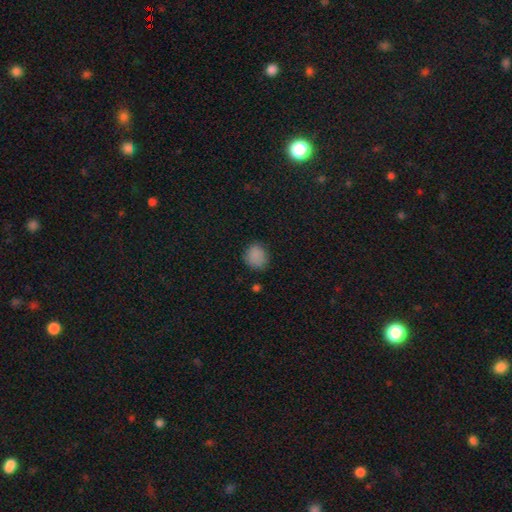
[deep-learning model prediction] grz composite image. It shows a smooth galaxy with no disk features (85%) that is round (81%). Merging: none (80%).